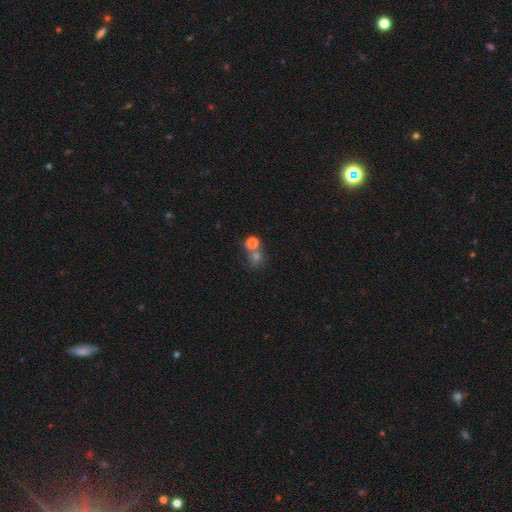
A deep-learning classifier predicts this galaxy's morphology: This is possibly a smooth galaxy (59%). How rounded: likely round (77%). Merging: marginally none (43%).